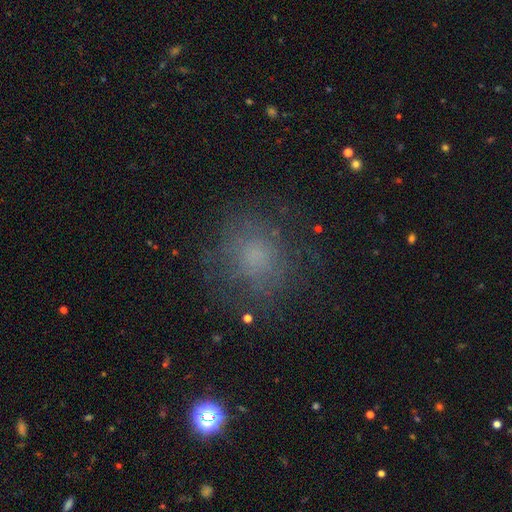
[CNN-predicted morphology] smooth_or_featured: smooth (p=0.62) [alt: star or artifact p=0.19]
how_rounded: round (p=0.78) [alt: in between p=0.21]
merging: none (p=0.74) [alt: minor disturbance p=0.15]